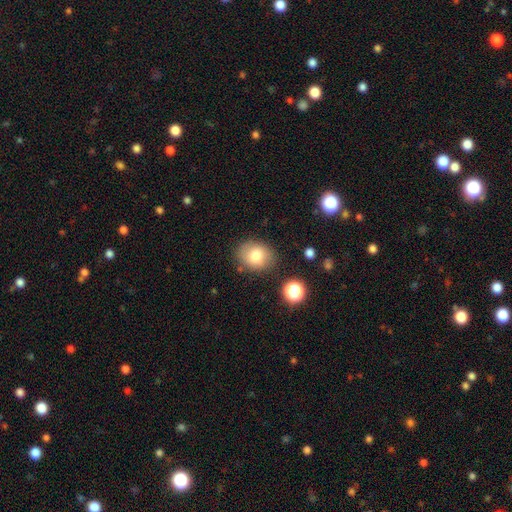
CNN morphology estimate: The model was most divided on "how rounded": round: 52%, in between: 47%, cigar-shaped: 1%. More confident: merging — none (80%); smooth or featured — smooth (78%).